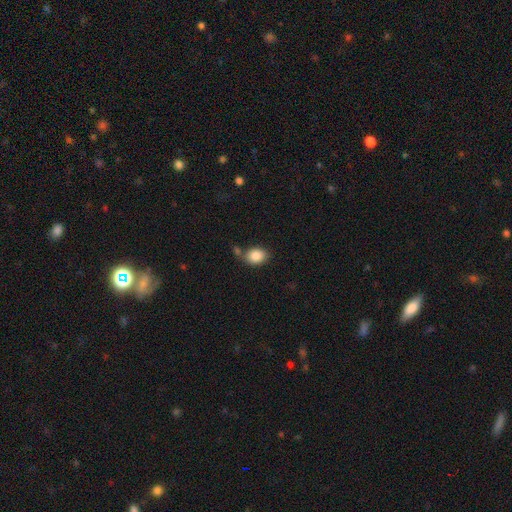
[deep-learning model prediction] Smooth or featured? Predicted: smooth (p=0.87). How rounded? Predicted: in between (p=0.61). Merging? Predicted: none (p=0.65).